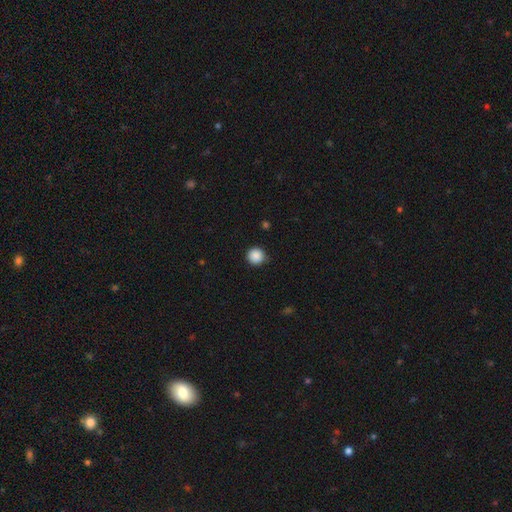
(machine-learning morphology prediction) A smooth galaxy with no disk features (88%) that is round (95%).

Vote fractions:
- Smooth or featured? smooth: 88% / star or artifact: 9% / featured or disk: 3%
- How rounded? round: 95% / in between: 4% / cigar-shaped: 1%
- Merging? none: 87% / minor disturbance: 10% / major disturbance: 2% / merger: 1%